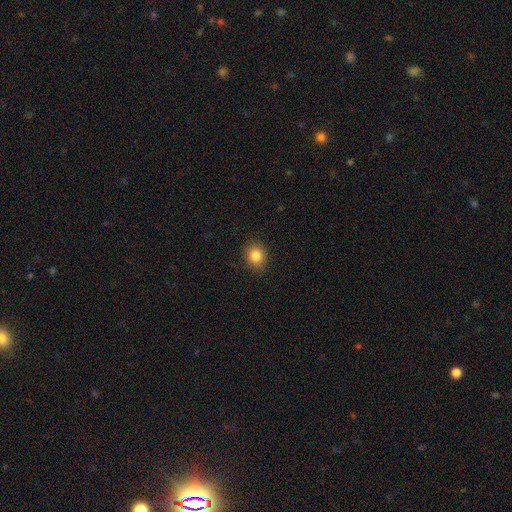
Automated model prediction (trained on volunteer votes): This is clearly a smooth galaxy (84%). How rounded: likely round (69%). Merging: clearly none (89%).